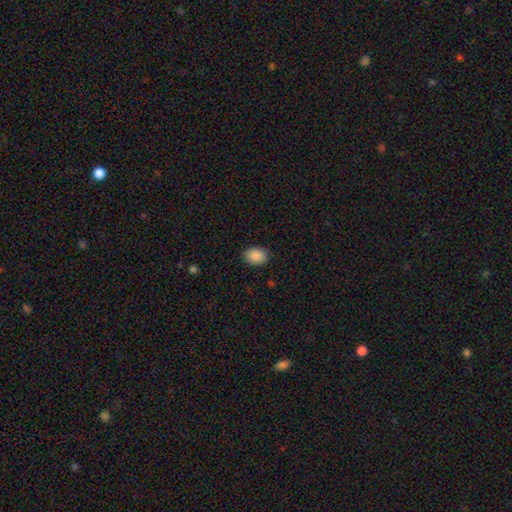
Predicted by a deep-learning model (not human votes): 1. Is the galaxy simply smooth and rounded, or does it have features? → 89% smooth, 8% star or artifact, 3% featured or disk.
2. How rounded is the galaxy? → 72% in between, 28% round, 1% cigar-shaped.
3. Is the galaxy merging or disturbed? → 87% none, 10% minor disturbance, 2% major disturbance, 1% merger.